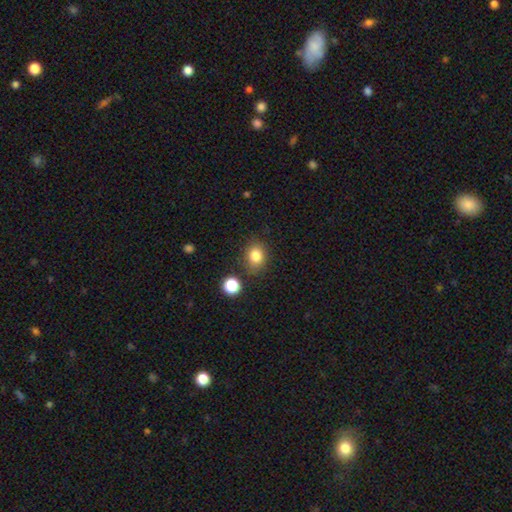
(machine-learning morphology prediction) smooth 82%, star or artifact 11%, featured or disk 6%. Down the decision tree: how rounded — round (54%); merging — none (80%).